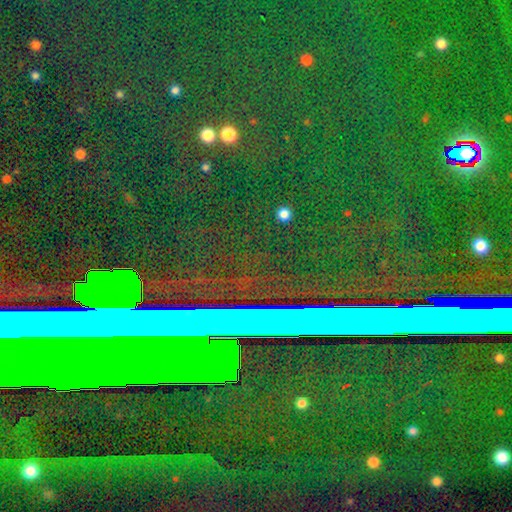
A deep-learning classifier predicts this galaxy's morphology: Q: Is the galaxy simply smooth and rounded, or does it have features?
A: star or artifact — 83%.